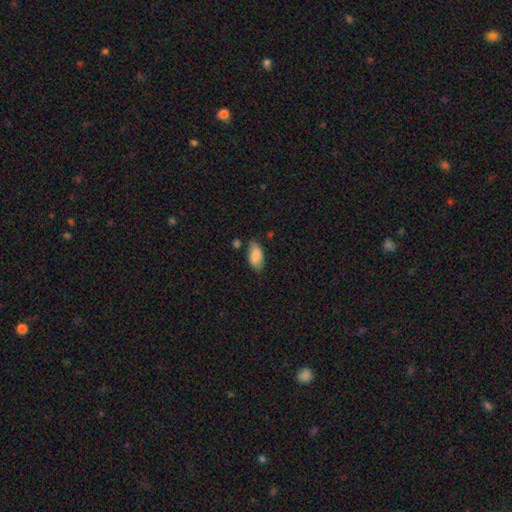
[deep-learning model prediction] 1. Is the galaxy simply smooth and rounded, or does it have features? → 84% smooth, 9% featured or disk, 7% star or artifact.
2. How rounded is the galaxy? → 93% in between, 5% cigar-shaped, 3% round.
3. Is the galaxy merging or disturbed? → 67% none, 23% minor disturbance, 5% merger, 5% major disturbance.